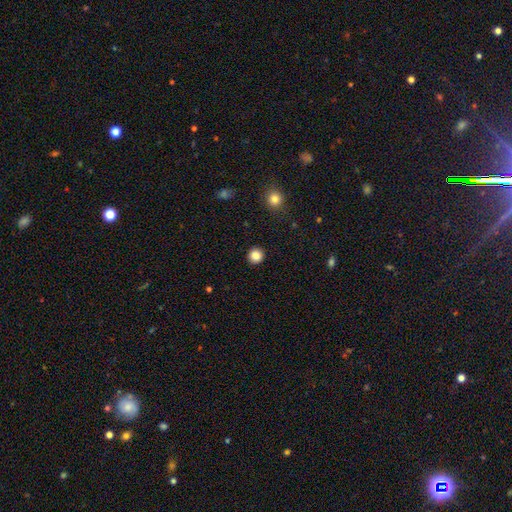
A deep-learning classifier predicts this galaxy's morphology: This appears to be a smooth galaxy with no disk features (86%) that is round (94%). Merging: none (93%).